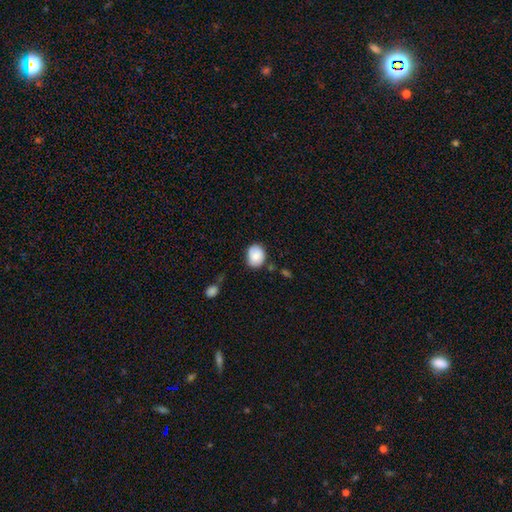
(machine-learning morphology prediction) type=smooth (83%); roundness=round (53%); merging=none (75%).